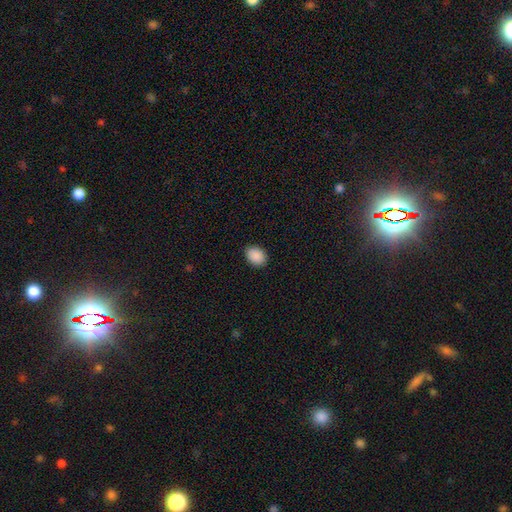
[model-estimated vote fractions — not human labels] Q: Smooth or featured?
A: smooth (90%); runner-up: star or artifact (7%)
Q: How rounded?
A: in between (73%); runner-up: round (26%)
Q: Merging?
A: none (88%); runner-up: minor disturbance (9%)